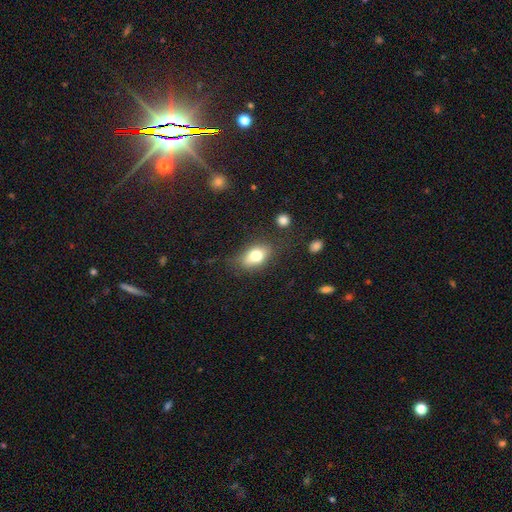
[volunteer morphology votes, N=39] smooth 82%, featured or disk 13%, star or artifact 5%. Down the decision tree: how rounded — in between (78%); merging — none (81%).